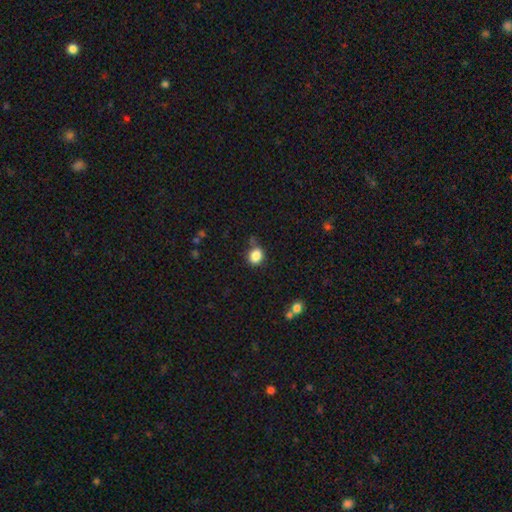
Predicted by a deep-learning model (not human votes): A smooth galaxy with no disk features (86%) that is round (56%).

Vote fractions:
- Smooth or featured? smooth: 86% / star or artifact: 10% / featured or disk: 4%
- How rounded? round: 56% / in between: 43% / cigar-shaped: 1%
- Merging? none: 75% / minor disturbance: 16% / merger: 5% / major disturbance: 4%